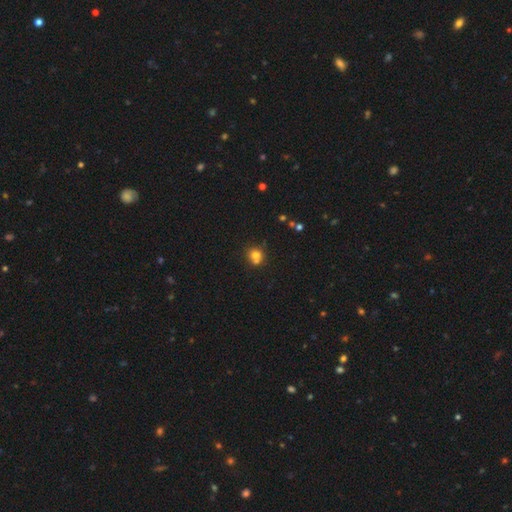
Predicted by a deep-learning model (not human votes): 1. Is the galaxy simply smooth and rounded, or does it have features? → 75% smooth, 13% star or artifact, 12% featured or disk.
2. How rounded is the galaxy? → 81% round, 18% in between, 1% cigar-shaped.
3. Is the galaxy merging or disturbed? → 50% none, 33% merger, 13% minor disturbance, 4% major disturbance.